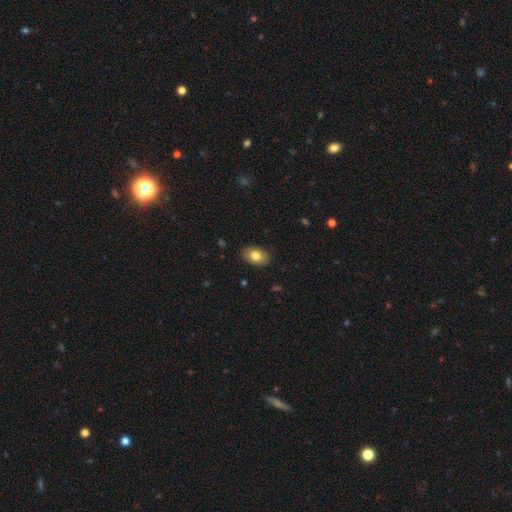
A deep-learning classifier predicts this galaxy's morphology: This appears to be a smooth galaxy with no disk features (80%) that is in between round and cigar-shaped (85%). Merging: none (88%).